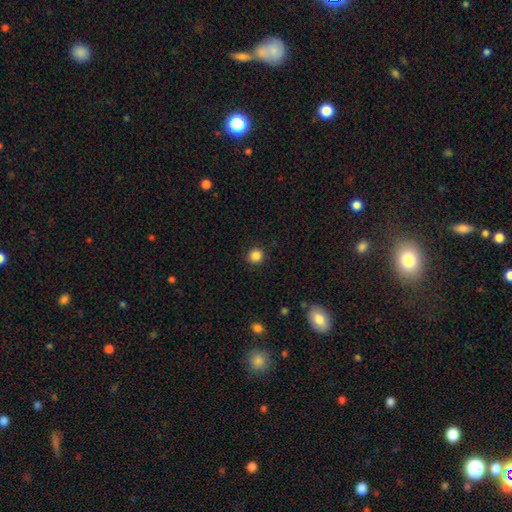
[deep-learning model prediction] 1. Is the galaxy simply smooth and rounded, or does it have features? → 86% smooth, 11% star or artifact, 3% featured or disk.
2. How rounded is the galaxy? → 93% round, 6% in between, 1% cigar-shaped.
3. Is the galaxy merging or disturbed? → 91% none, 6% minor disturbance, 2% major disturbance, 1% merger.